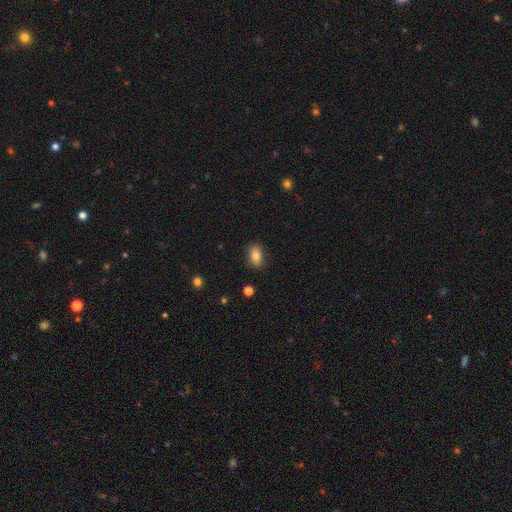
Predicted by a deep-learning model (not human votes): A smooth galaxy with no disk features (81%) that is in between round and cigar-shaped (84%).

Vote fractions:
- Smooth or featured? smooth: 81% / featured or disk: 10% / star or artifact: 9%
- How rounded? in between: 84% / round: 13% / cigar-shaped: 3%
- Merging? none: 85% / minor disturbance: 11% / major disturbance: 2% / merger: 1%